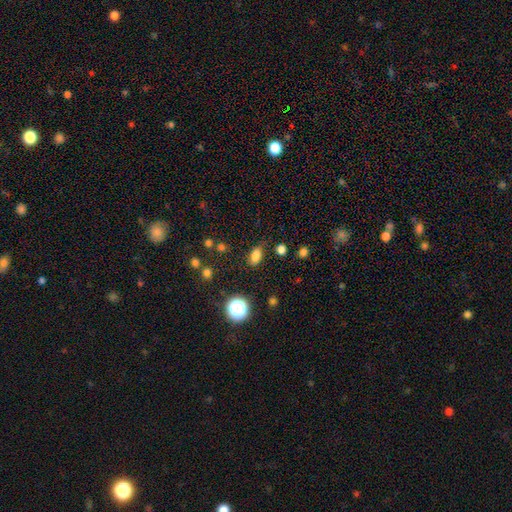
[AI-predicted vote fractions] The model was most divided on "smooth or featured": smooth: 81%, star or artifact: 14%, featured or disk: 5%. More confident: how rounded — in between (85%); merging — none (82%).